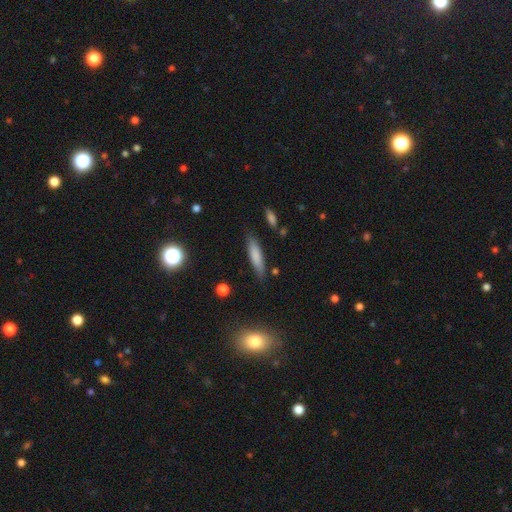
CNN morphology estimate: Smooth or featured? Predicted: smooth (p=0.78). How rounded? Predicted: cigar-shaped (p=0.72). Merging? Predicted: none (p=0.80).